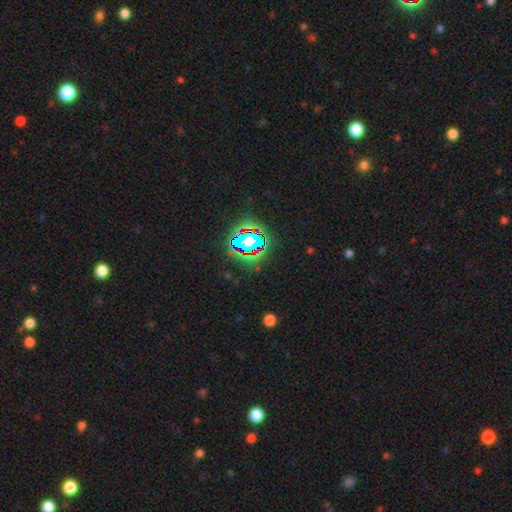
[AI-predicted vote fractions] Overall: star or artifact (79%).